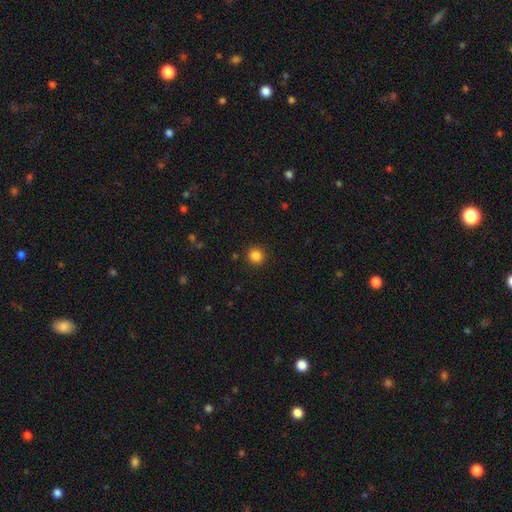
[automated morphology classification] Smooth or featured?
  - smooth: 85% *
  - star or artifact: 12%
  - featured or disk: 3%
How rounded?
  - round: 93% *
  - in between: 6%
  - cigar-shaped: 1%
Merging?
  - none: 91% *
  - minor disturbance: 6%
  - major disturbance: 2%
  - merger: 1%